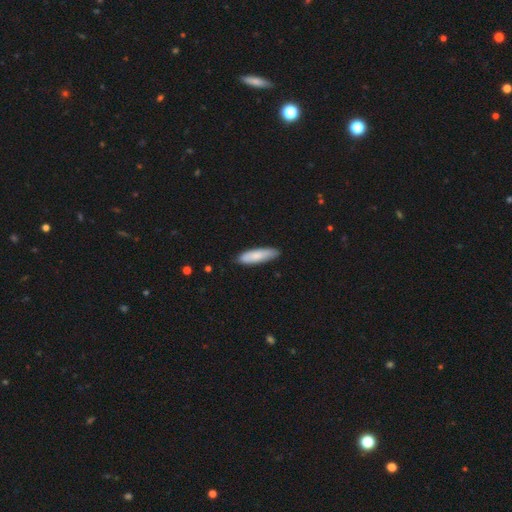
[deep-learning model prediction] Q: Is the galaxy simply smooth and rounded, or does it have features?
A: smooth — 80%.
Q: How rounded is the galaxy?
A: cigar-shaped — 63%.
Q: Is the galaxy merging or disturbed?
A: none — 82%.